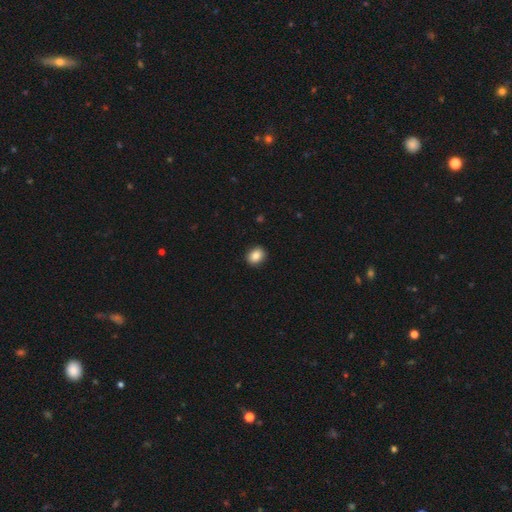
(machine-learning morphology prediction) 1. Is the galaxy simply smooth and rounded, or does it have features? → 86% smooth, 9% star or artifact, 6% featured or disk.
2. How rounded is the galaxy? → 53% round, 46% in between, 1% cigar-shaped.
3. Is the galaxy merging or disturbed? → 91% none, 6% minor disturbance, 2% major disturbance, 1% merger.